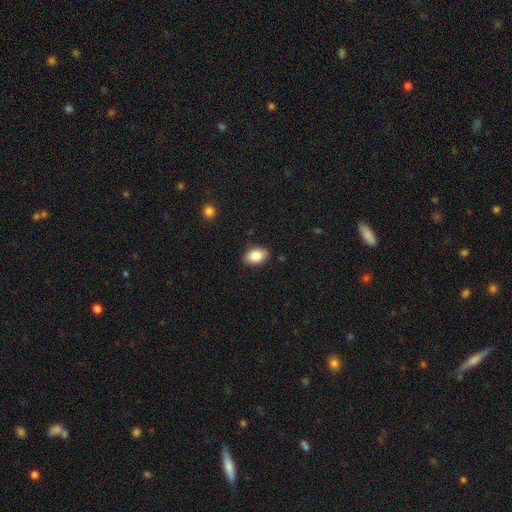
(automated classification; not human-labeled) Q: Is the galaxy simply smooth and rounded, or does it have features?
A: smooth — 86%.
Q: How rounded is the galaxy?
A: in between — 88%.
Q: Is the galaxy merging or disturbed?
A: none — 87%.